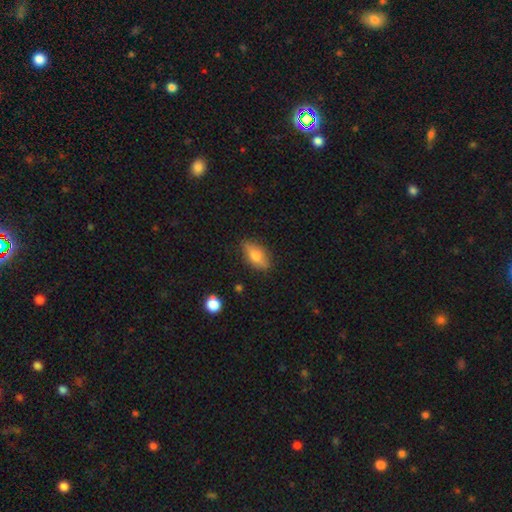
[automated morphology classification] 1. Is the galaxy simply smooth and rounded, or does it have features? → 63% smooth, 30% featured or disk, 8% star or artifact.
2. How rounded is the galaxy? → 80% in between, 14% cigar-shaped, 5% round.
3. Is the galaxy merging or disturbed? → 82% none, 14% minor disturbance, 3% major disturbance, 1% merger.